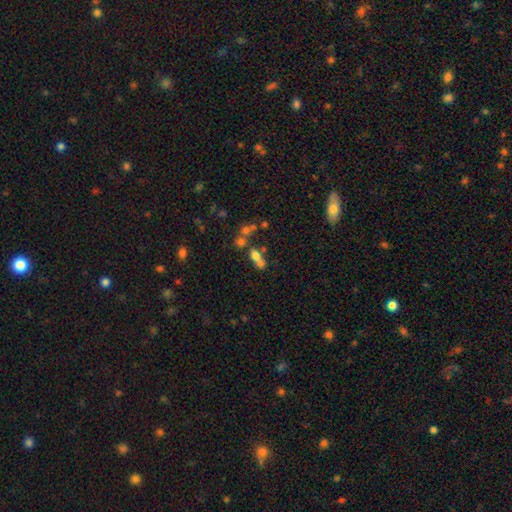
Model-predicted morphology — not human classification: Smooth or featured?
  - smooth: 61% *
  - featured or disk: 22%
  - star or artifact: 17%
How rounded?
  - in between: 54% *
  - round: 39%
  - cigar-shaped: 7%
Merging?
  - merger: 52% *
  - none: 31%
  - minor disturbance: 9%
  - major disturbance: 7%